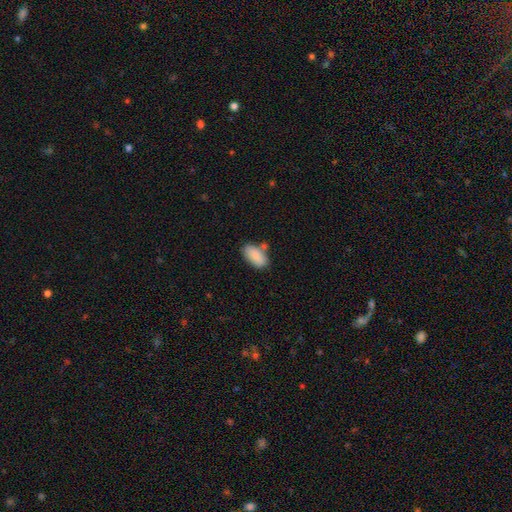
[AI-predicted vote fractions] Q: Smooth or featured?
A: smooth (88%); runner-up: star or artifact (7%)
Q: How rounded?
A: in between (93%); runner-up: cigar-shaped (4%)
Q: Merging?
A: none (65%); runner-up: minor disturbance (18%)